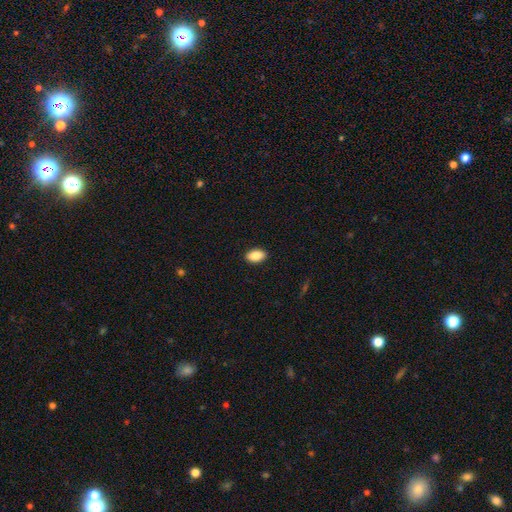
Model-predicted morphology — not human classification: A smooth galaxy with no disk features (88%) that is in between round and cigar-shaped (93%). Merging: none (90%).